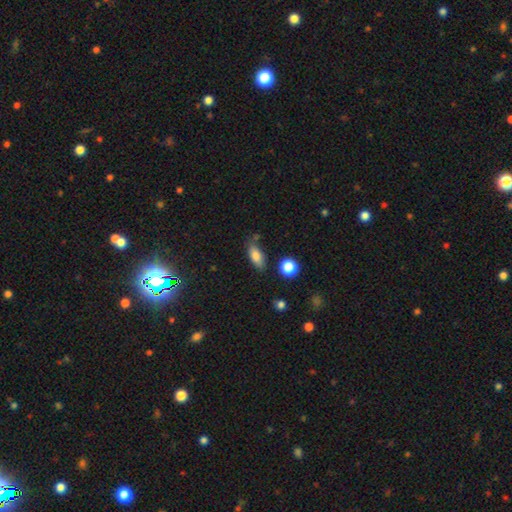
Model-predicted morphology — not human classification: Q: Smooth or featured?
A: smooth (81%); runner-up: featured or disk (10%)
Q: How rounded?
A: in between (82%); runner-up: cigar-shaped (13%)
Q: Merging?
A: none (73%); runner-up: minor disturbance (17%)